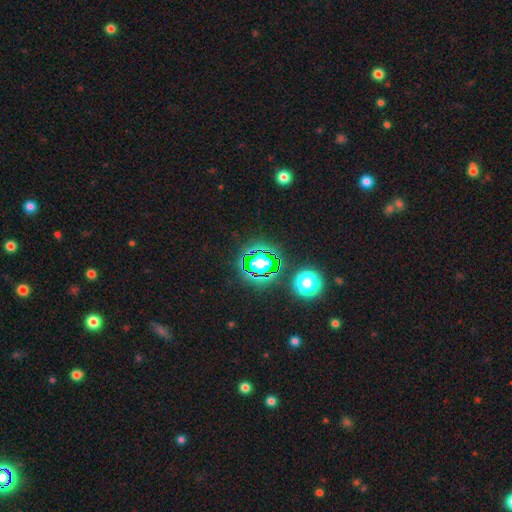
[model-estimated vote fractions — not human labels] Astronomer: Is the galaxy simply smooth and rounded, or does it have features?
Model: star or artifact — 77%.